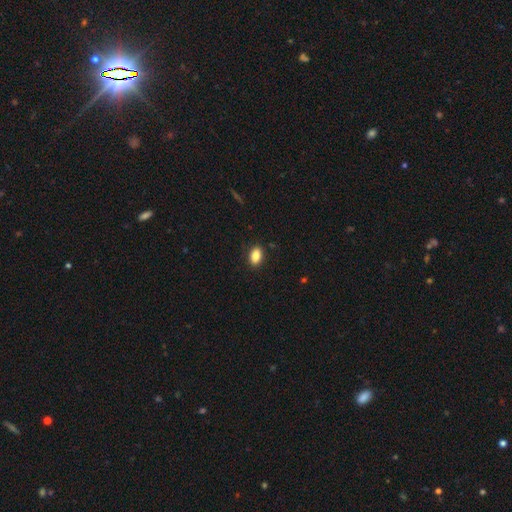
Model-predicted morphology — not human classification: A smooth galaxy with no disk features (87%) that is in between round and cigar-shaped (89%).

Vote fractions:
- Smooth or featured? smooth: 87% / star or artifact: 8% / featured or disk: 5%
- How rounded? in between: 89% / round: 8% / cigar-shaped: 2%
- Merging? none: 88% / minor disturbance: 9% / major disturbance: 2% / merger: 1%